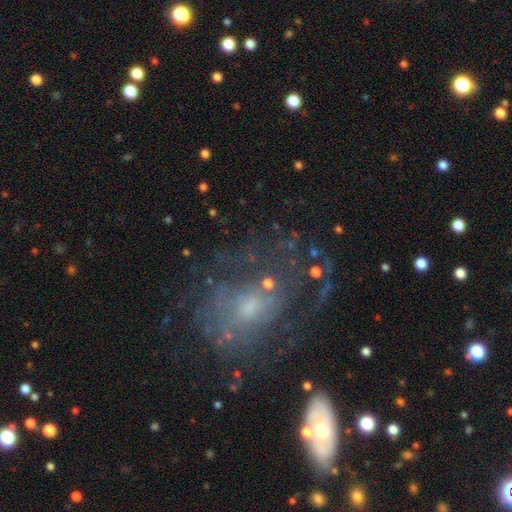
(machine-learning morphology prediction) Smooth or featured: featured or disk — 55% (smooth — 26%)
Edge-on disk: no — 95% (yes — 5%)
Bar: no — 79% (weak — 17%)
Spiral arms: yes — 50% (tied with no — 50%)
Bulge size: small — 45% (moderate — 35%)
Merging: none — 49% (major disturbance — 24%)